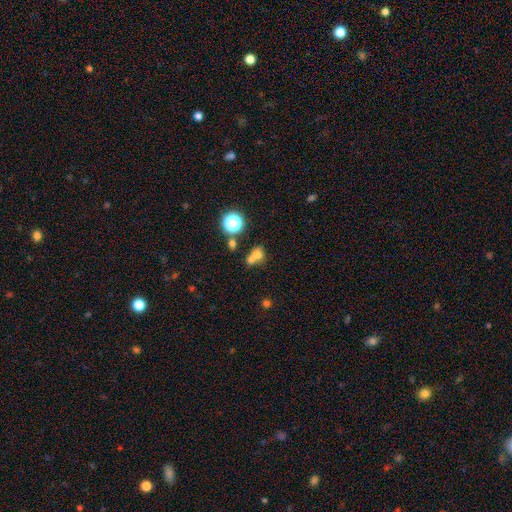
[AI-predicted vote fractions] Q: Smooth or featured?
A: smooth (66%); runner-up: star or artifact (19%)
Q: How rounded?
A: round (64%); runner-up: in between (35%)
Q: Merging?
A: merger (56%); runner-up: none (32%)